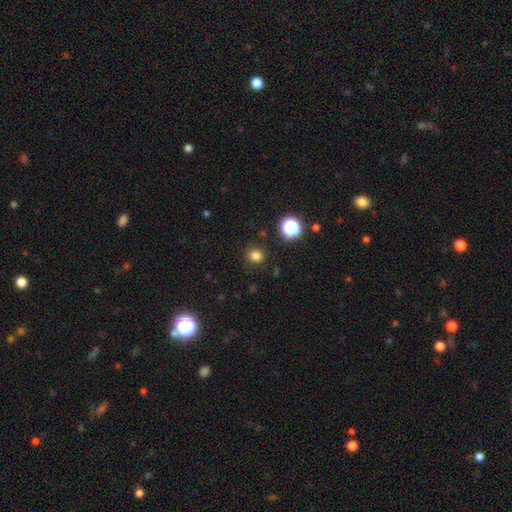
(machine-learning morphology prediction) Smooth or featured? smooth (80%)
How rounded? round (87%)
Merging? none (87%)